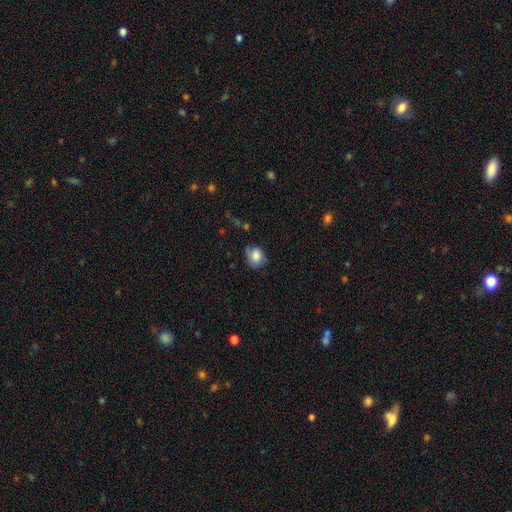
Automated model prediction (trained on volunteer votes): Morphology: type=smooth (75%); roundness=round (59%); merging=none (60%).